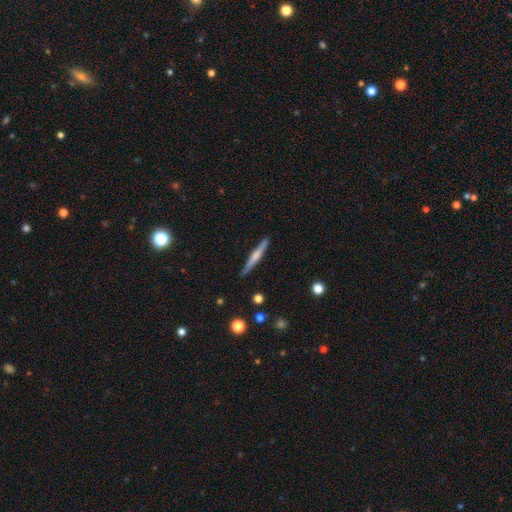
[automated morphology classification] A smooth galaxy with no disk features (48%).

Vote fractions:
- Smooth or featured? smooth: 48% / featured or disk: 47% / star or artifact: 5%
- Merging? none: 88% / minor disturbance: 9% / major disturbance: 2% / merger: 2%